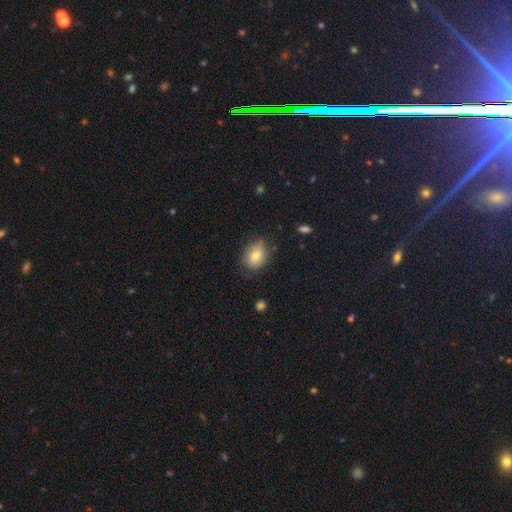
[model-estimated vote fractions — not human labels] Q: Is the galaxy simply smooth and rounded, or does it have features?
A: smooth — 78%.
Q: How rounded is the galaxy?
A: in between — 63%.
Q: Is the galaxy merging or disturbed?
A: none — 73%.